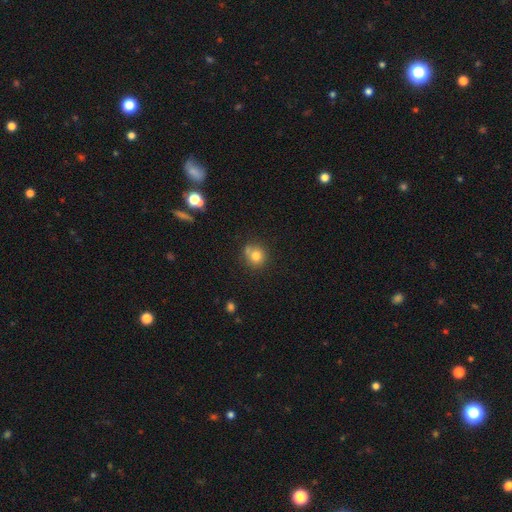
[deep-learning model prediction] Q: Smooth or featured?
A: smooth (77%); runner-up: star or artifact (13%)
Q: How rounded?
A: round (87%); runner-up: in between (12%)
Q: Merging?
A: none (65%); runner-up: minor disturbance (16%)